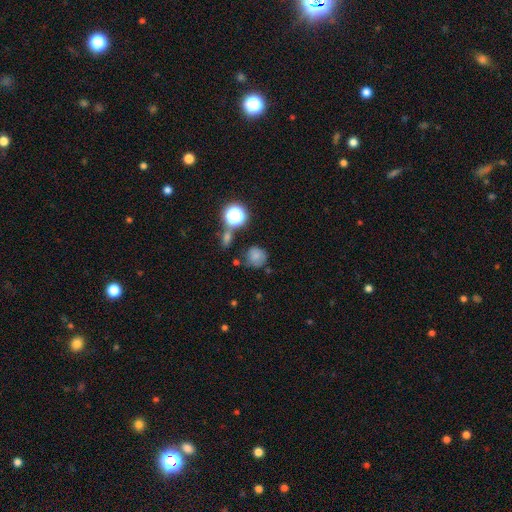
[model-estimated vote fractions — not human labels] smooth_or_featured: smooth (p=0.72) [alt: star or artifact p=0.16]
how_rounded: round (p=0.85) [alt: in between p=0.14]
merging: none (p=0.64) [alt: minor disturbance p=0.21]